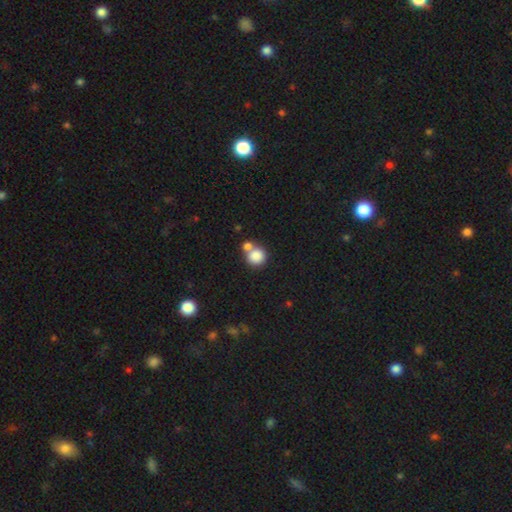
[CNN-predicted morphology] smooth-or-featured: smooth: 84% | star or artifact: 10% | featured or disk: 7%
  how-rounded: round: 89% | in between: 10% | cigar-shaped: 1%
  merging: none: 50% | merger: 38% | minor disturbance: 8% | major disturbance: 3%